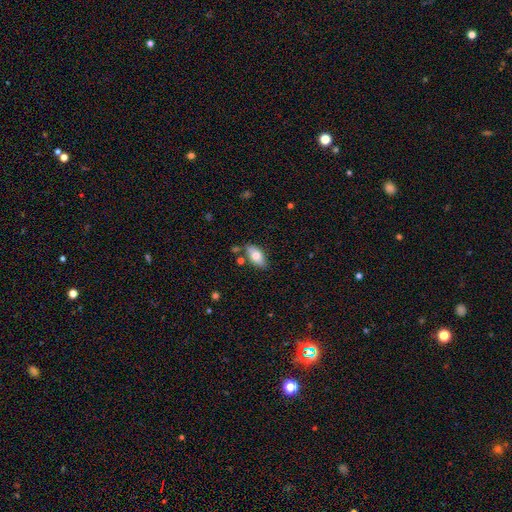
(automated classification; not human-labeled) smooth-or-featured: smooth: 72% | featured or disk: 21% | star or artifact: 7%
  how-rounded: in between: 89% | cigar-shaped: 7% | round: 3%
  merging: none: 77% | minor disturbance: 15% | merger: 6% | major disturbance: 3%